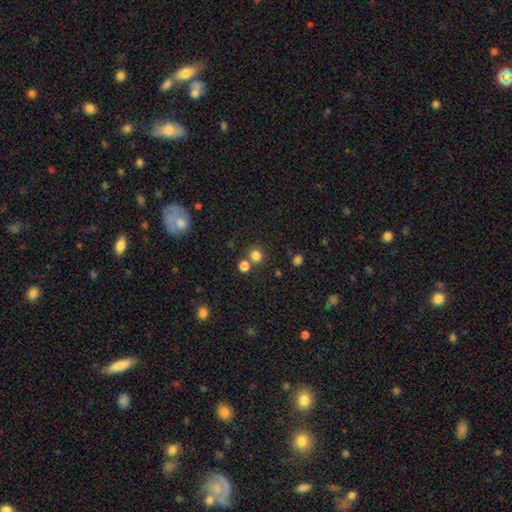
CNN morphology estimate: Overall: smooth (79%). How rounded: round (89%). Merging: none (71%).